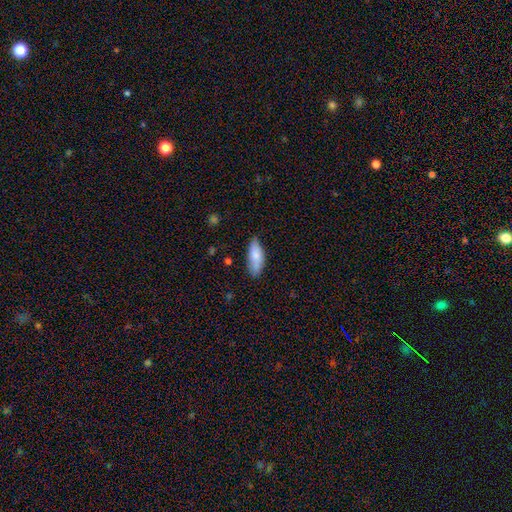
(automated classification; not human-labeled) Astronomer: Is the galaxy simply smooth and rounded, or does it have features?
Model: smooth — 79%.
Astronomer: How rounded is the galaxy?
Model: in between — 77%.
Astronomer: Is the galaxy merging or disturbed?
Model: none — 70%.